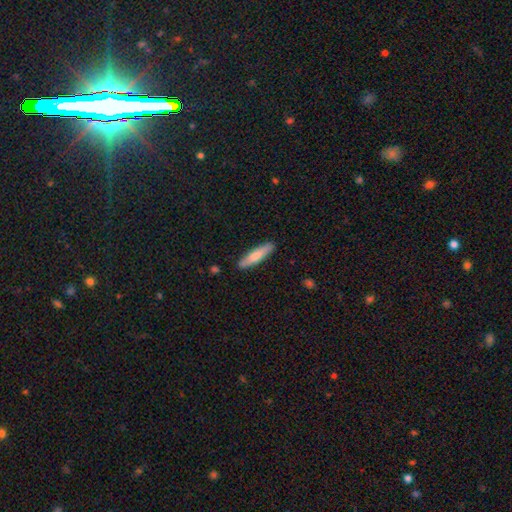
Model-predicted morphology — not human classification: smooth-or-featured: smooth: 72% | featured or disk: 22% | star or artifact: 5%
  how-rounded: cigar-shaped: 80% | in between: 18% | round: 1%
  merging: none: 88% | minor disturbance: 9% | major disturbance: 2% | merger: 1%